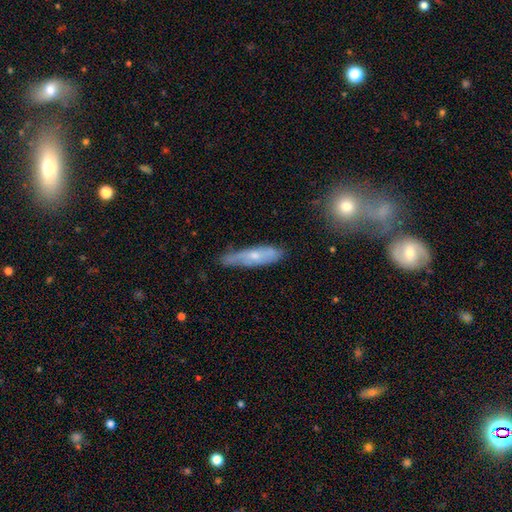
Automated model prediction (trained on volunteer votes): Smooth or featured?
  - featured or disk: 48% *
  - smooth: 45%
  - star or artifact: 7%
Merging?
  - none: 66% *
  - minor disturbance: 26%
  - major disturbance: 6%
  - merger: 2%